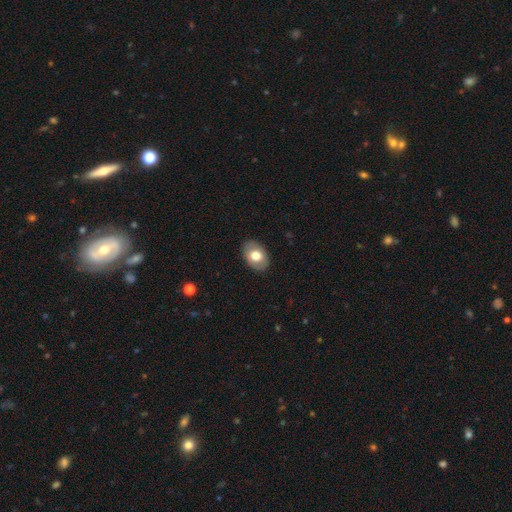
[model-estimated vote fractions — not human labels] Morphology: type=smooth (70%); roundness=in between (81%); merging=none (86%).